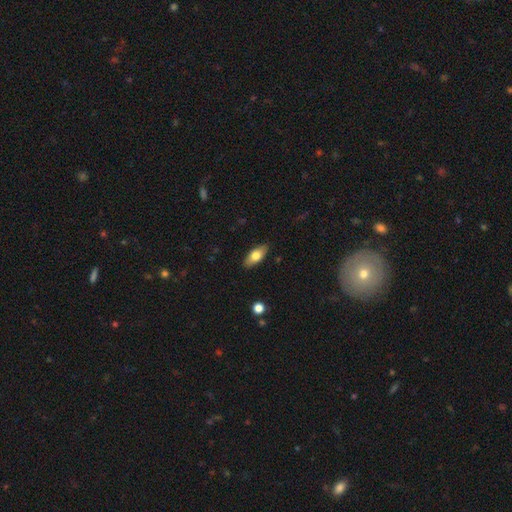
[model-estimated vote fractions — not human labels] Smooth or featured? Predicted: smooth (p=0.72). How rounded? Predicted: in between (p=0.84). Merging? Predicted: none (p=0.88).